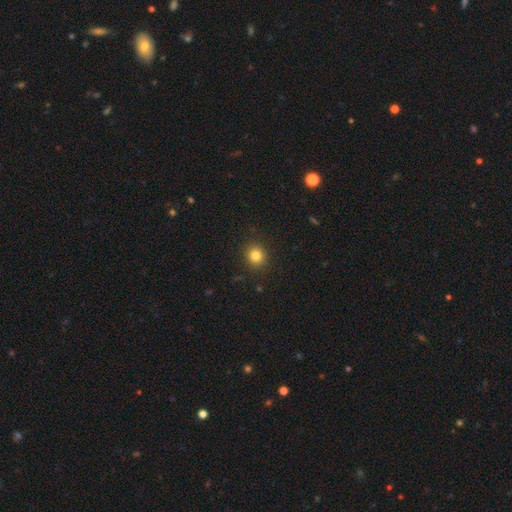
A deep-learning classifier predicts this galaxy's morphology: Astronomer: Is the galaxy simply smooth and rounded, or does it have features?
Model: smooth — 82%.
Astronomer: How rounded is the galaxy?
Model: round — 84%.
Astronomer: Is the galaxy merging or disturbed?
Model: none — 90%.